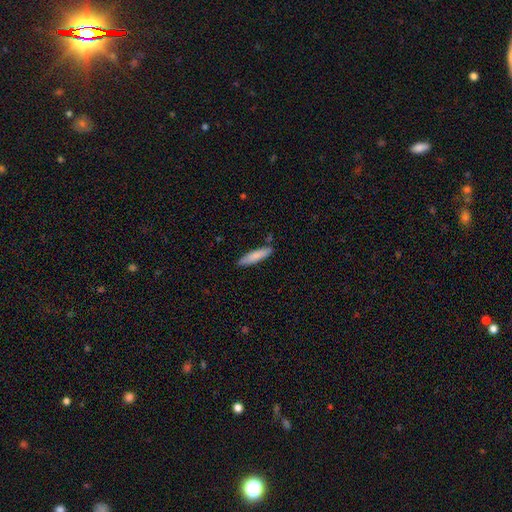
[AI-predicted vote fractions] This appears to be a smooth galaxy with no disk features (80%) that is cigar-shaped (78%). Merging: none (84%).